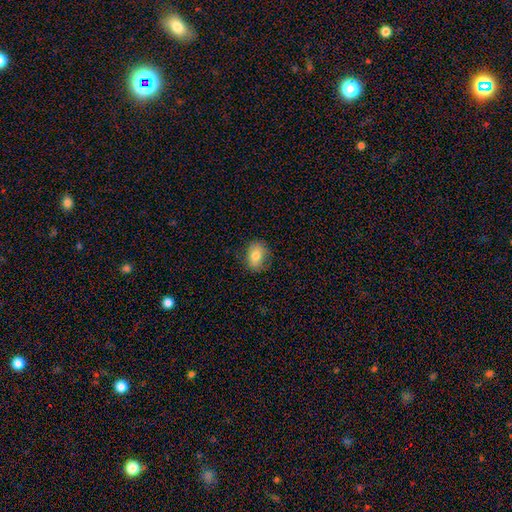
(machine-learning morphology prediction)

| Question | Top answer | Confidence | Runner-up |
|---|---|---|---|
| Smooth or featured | smooth | 76% | featured or disk (15%) |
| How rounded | in between | 60% | round (38%) |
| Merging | none | 81% | minor disturbance (14%) |